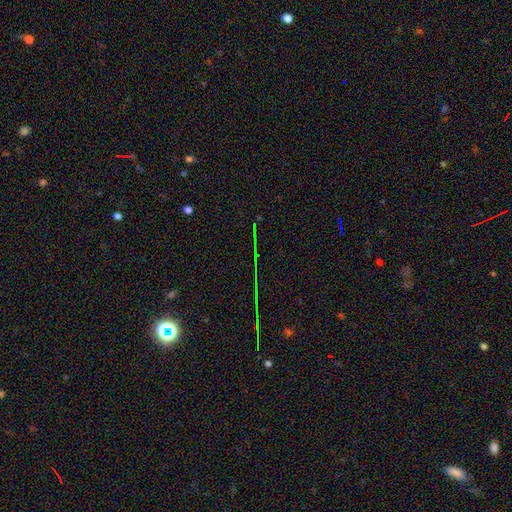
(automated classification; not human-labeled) Smooth or featured?
  - star or artifact: 81% *
  - smooth: 10%
  - featured or disk: 9%